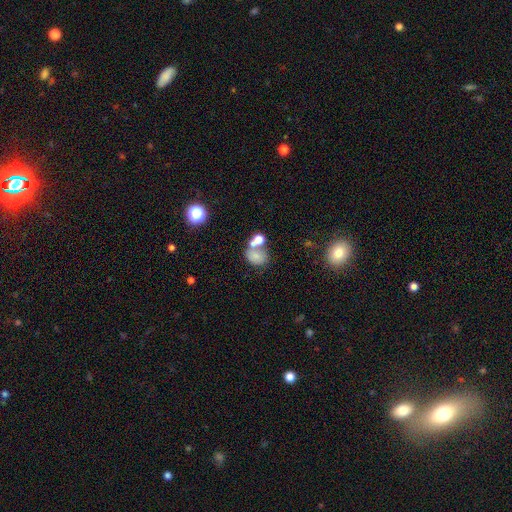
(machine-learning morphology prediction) Q: Smooth or featured?
A: smooth (69%); runner-up: featured or disk (18%)
Q: How rounded?
A: in between (55%); runner-up: round (44%)
Q: Merging?
A: merger (43%); runner-up: none (36%)